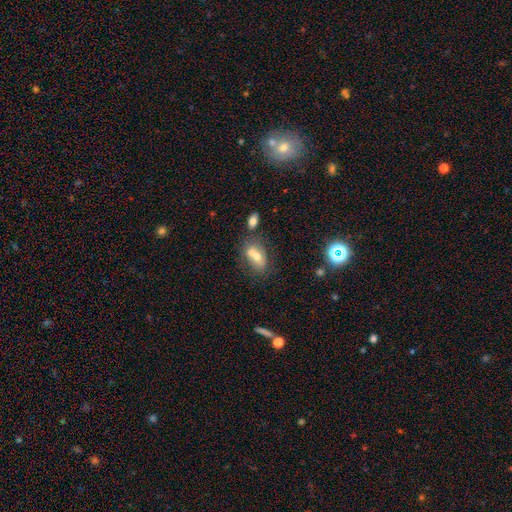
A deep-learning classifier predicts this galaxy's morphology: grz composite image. It shows a smooth galaxy with no disk features (58%) that is in between round and cigar-shaped (76%). Merging: merger (50%).